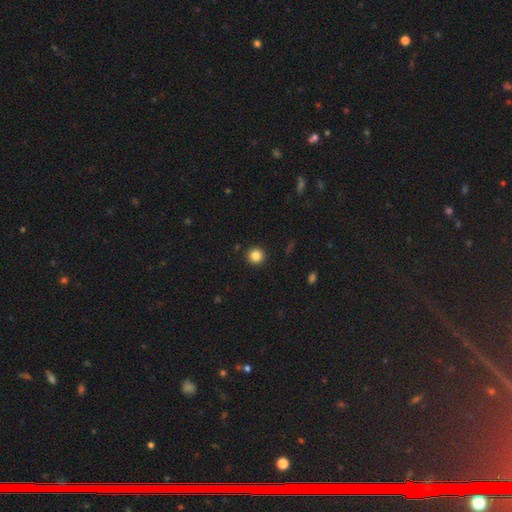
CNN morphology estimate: This is clearly a smooth galaxy (85%). How rounded: clearly round (95%). Merging: clearly none (93%).